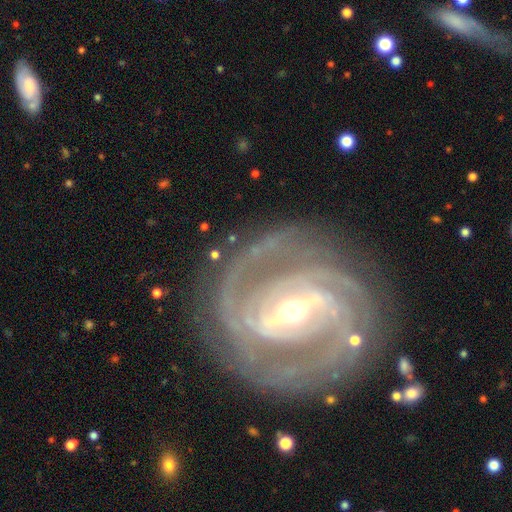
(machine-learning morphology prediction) type=featured or disk (93%); edge-on=no (97%); bar=strong (68%); spiral arms=yes (98%); winding=tight (66%); arm count=2 (34%); bulge=moderate (58%); merging=none (81%).